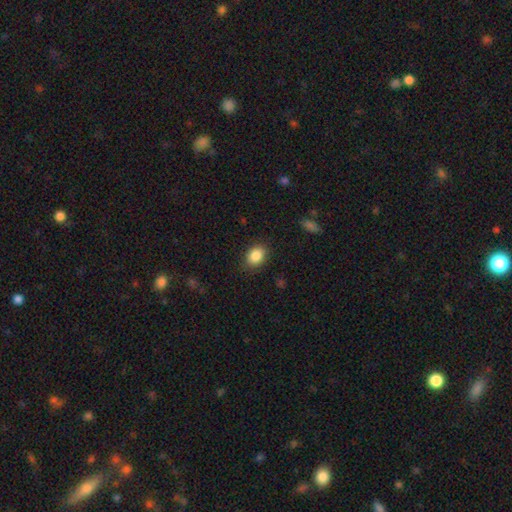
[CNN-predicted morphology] Q: Smooth or featured?
A: smooth (87%); runner-up: star or artifact (8%)
Q: How rounded?
A: in between (66%); runner-up: round (33%)
Q: Merging?
A: none (86%); runner-up: minor disturbance (10%)